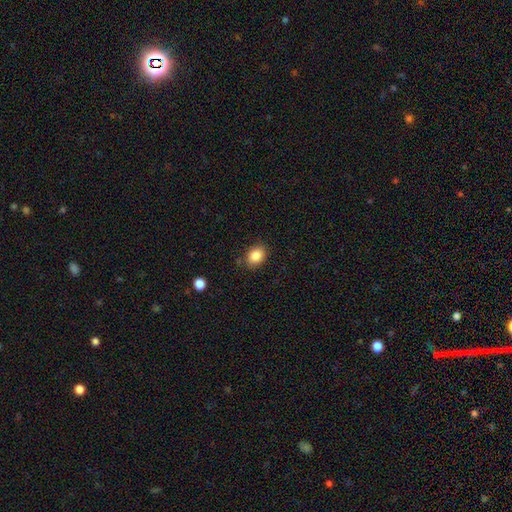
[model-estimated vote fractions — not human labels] Q: Smooth or featured?
A: smooth (86%); runner-up: star or artifact (9%)
Q: How rounded?
A: in between (60%); runner-up: round (39%)
Q: Merging?
A: none (83%); runner-up: minor disturbance (12%)